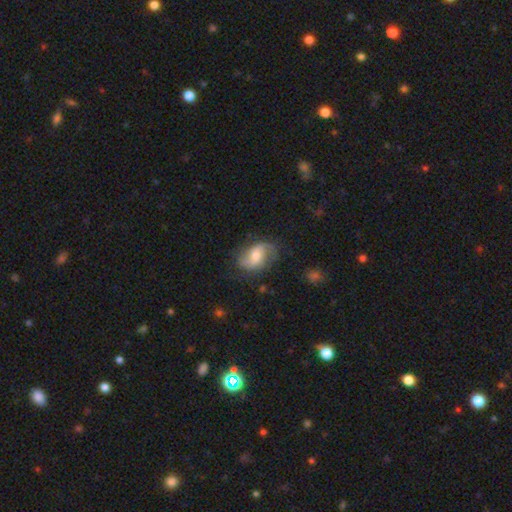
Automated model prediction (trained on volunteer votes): This is likely a featured or disk galaxy (66%). It is clearly not viewed edge-on (97%). Bar: possibly no (45%). Spiral arm pattern: clearly yes (91%). Spiral arm count: clearly 2 (86%). Spiral winding: possibly loose (58%). Central bulge: possibly moderate (50%). Merging: likely none (67%).